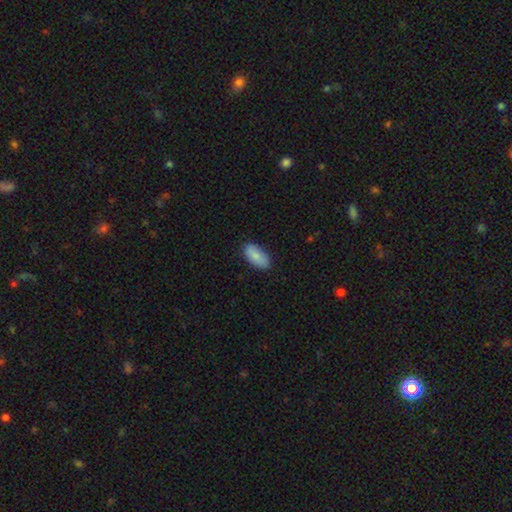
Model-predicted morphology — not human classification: Smooth or featured? smooth (85%)
How rounded? in between (92%)
Merging? none (85%)